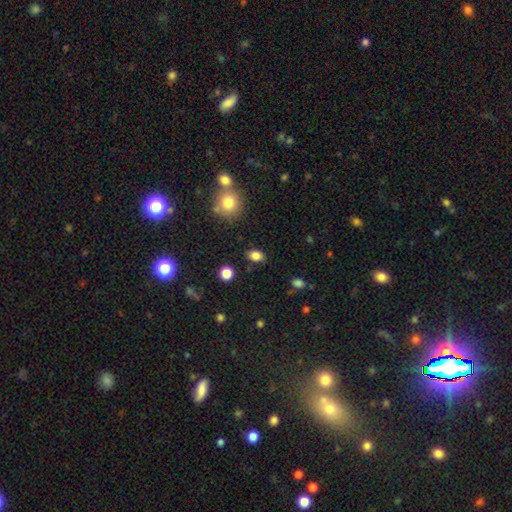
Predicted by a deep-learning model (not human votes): smooth_or_featured: smooth (p=0.84) [alt: star or artifact p=0.10]
how_rounded: in between (p=0.81) [alt: round p=0.18]
merging: none (p=0.85) [alt: minor disturbance p=0.10]